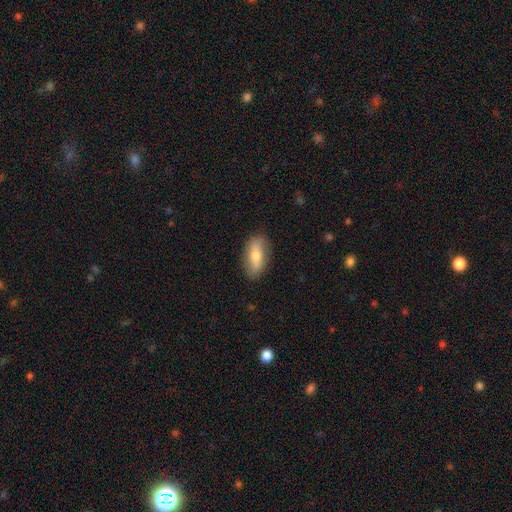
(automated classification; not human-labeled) Overall: smooth (63%; featured or disk 31%). How rounded: in between (80%). Merging: none (85%).